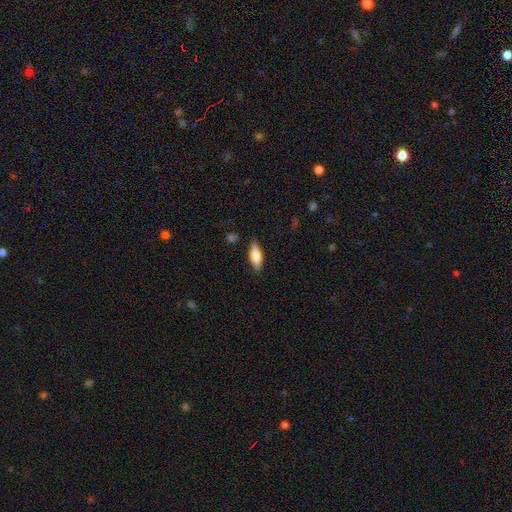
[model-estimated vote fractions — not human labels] Morphology: type=smooth (77%); roundness=in between (69%); merging=none (86%).